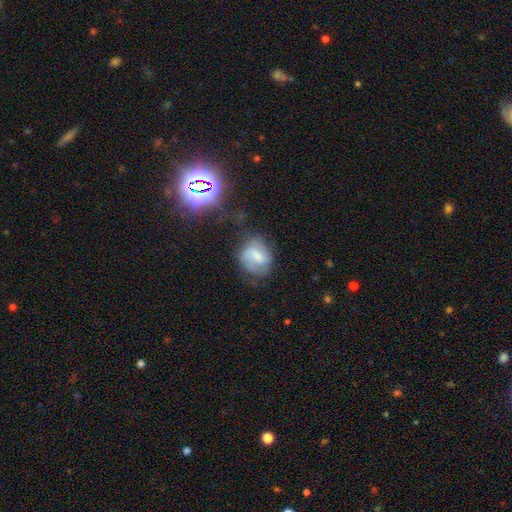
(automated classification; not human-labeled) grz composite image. It shows a smooth galaxy with no disk features (45%, tied with featured or disk). Merging: none (55%).